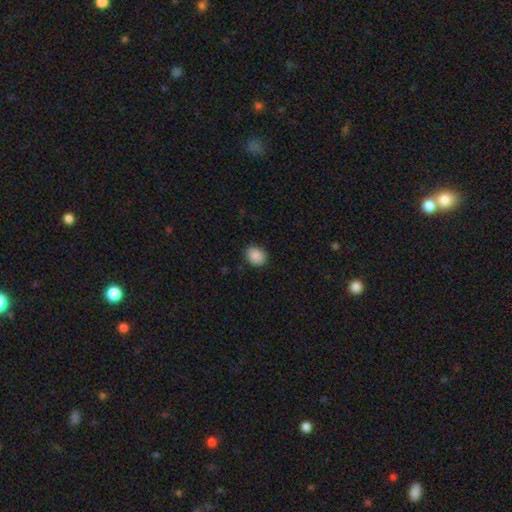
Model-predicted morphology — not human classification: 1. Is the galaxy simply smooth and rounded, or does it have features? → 89% smooth, 8% star or artifact, 3% featured or disk.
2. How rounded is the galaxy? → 54% round, 45% in between, 1% cigar-shaped.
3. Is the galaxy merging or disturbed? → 87% none, 10% minor disturbance, 2% major disturbance, 1% merger.